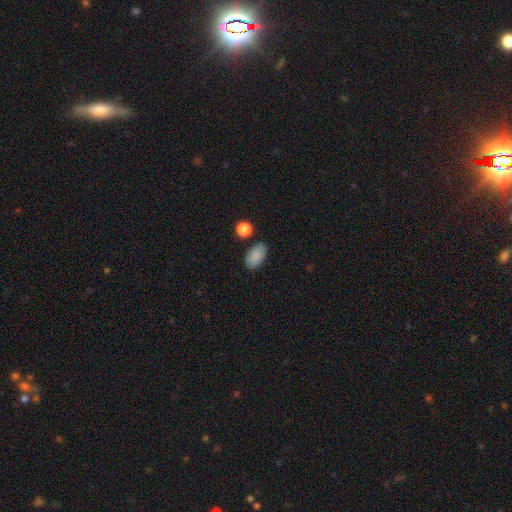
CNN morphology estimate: The model was most divided on "merging": none: 80%, minor disturbance: 13%, merger: 4%, major disturbance: 3%. More confident: how rounded — in between (92%); smooth or featured — smooth (86%).